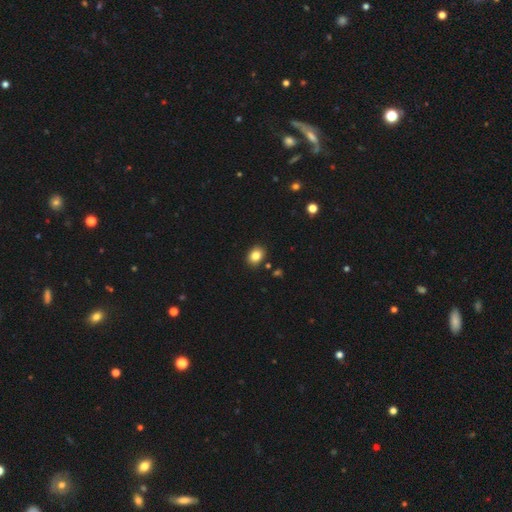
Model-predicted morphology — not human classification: Smooth or featured?
  - smooth: 84% *
  - star or artifact: 10%
  - featured or disk: 6%
How rounded?
  - in between: 59% *
  - round: 41%
  - cigar-shaped: 1%
Merging?
  - none: 88% *
  - minor disturbance: 8%
  - merger: 2%
  - major disturbance: 2%